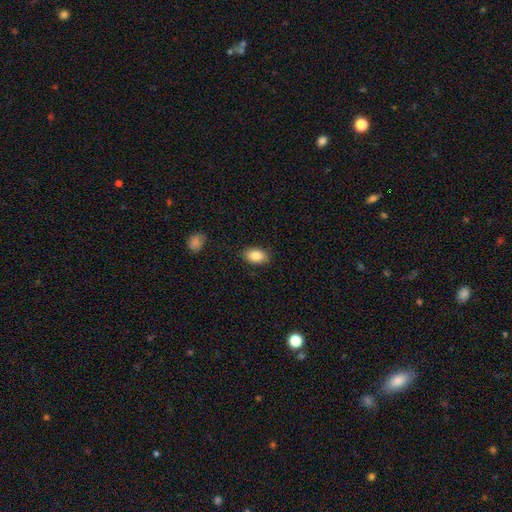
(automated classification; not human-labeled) A smooth galaxy with no disk features (87%) that is in between round and cigar-shaped (88%). Merging: none (86%).